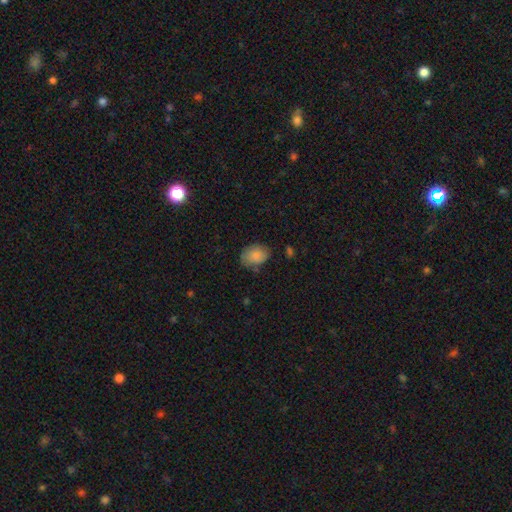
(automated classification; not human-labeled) Overall: smooth (85%). How rounded: in between (76%). Merging: none (73%).